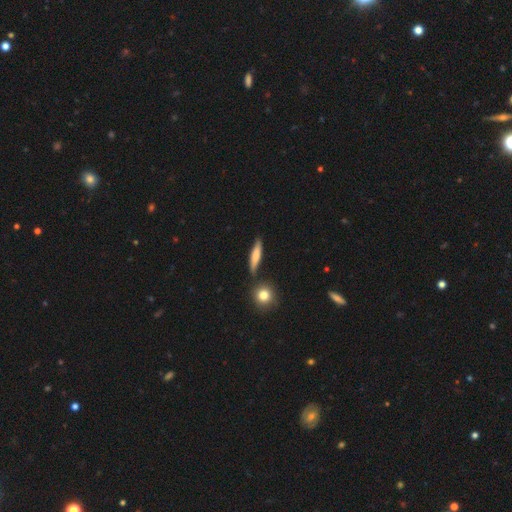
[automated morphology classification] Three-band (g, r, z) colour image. It shows a smooth galaxy with no disk features (71%) that is cigar-shaped (80%). Merging: none (81%).